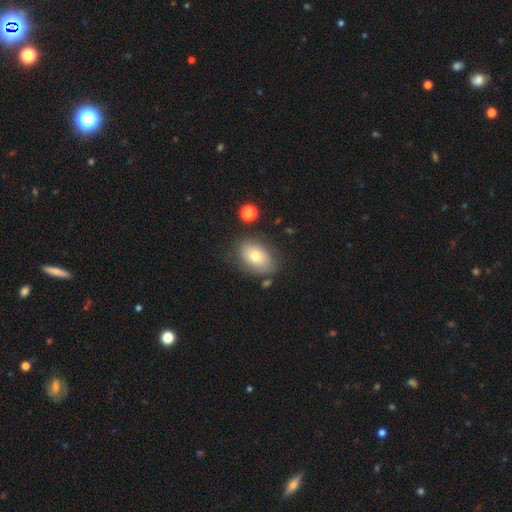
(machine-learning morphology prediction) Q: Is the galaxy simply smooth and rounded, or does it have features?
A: smooth — 71%.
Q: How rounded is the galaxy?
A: in between — 82%.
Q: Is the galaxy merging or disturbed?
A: none — 74%.